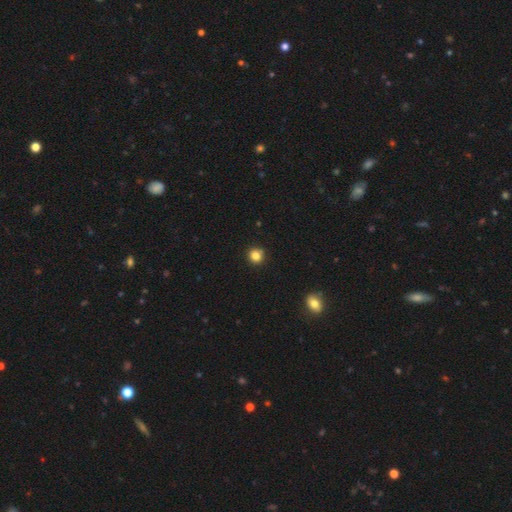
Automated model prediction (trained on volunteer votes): smooth 83%, star or artifact 12%, featured or disk 5%. Down the decision tree: how rounded — round (91%); merging — none (86%).